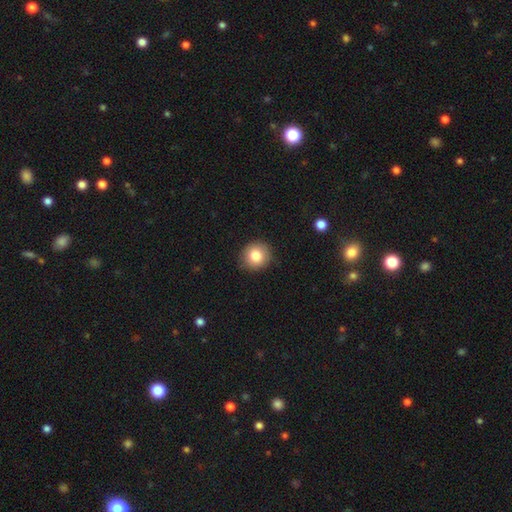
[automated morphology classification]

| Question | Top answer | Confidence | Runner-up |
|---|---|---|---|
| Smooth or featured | smooth | 83% | star or artifact (9%) |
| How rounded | round | 90% | in between (9%) |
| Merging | none | 89% | minor disturbance (8%) |